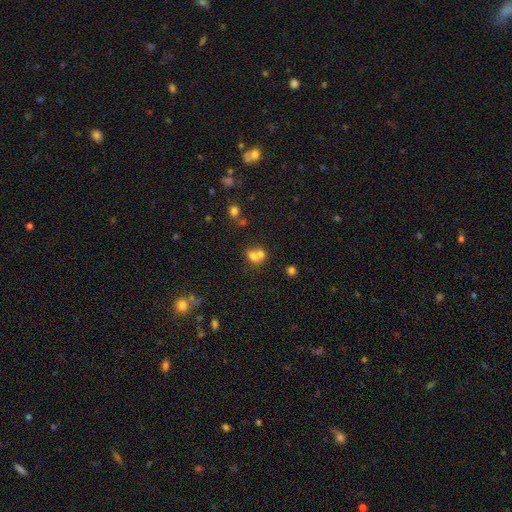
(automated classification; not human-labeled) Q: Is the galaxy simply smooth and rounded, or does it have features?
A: smooth — 66%.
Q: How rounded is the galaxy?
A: round — 59%.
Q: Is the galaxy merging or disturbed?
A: merger — 62%.